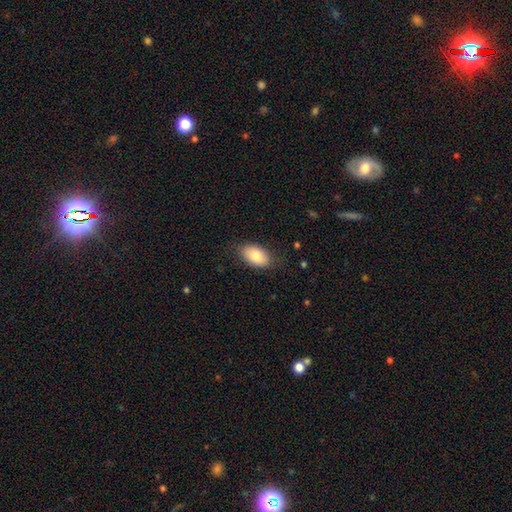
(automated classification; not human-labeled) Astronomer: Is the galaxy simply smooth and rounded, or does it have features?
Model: smooth — 82%.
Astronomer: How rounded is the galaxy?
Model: in between — 93%.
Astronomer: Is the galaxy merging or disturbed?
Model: none — 79%.